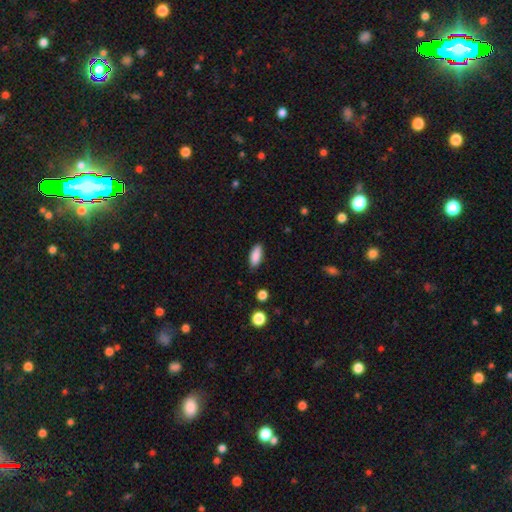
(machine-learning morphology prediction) smooth-or-featured: smooth: 88% | star or artifact: 7% | featured or disk: 5%
  how-rounded: in between: 80% | cigar-shaped: 18% | round: 2%
  merging: none: 85% | minor disturbance: 11% | major disturbance: 2% | merger: 1%